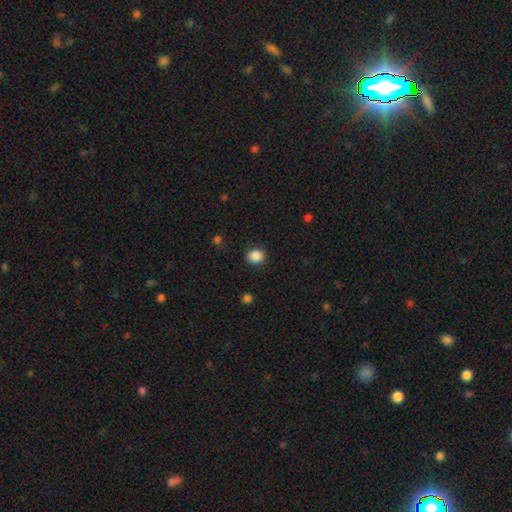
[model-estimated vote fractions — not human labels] Overall: smooth (87%). How rounded: round (76%). Merging: none (88%).